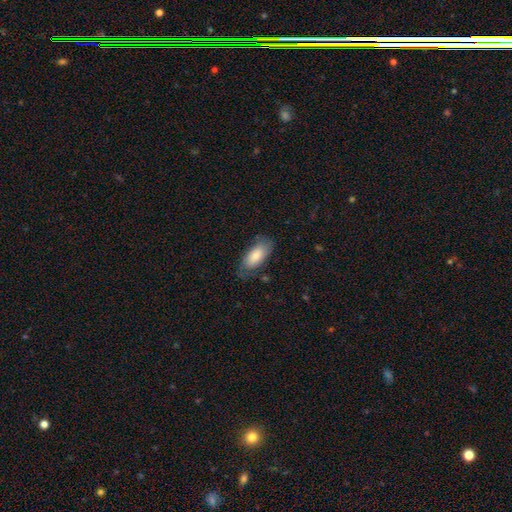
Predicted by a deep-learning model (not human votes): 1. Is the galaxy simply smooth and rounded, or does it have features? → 77% smooth, 17% featured or disk, 6% star or artifact.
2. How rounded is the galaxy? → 88% in between, 10% cigar-shaped, 2% round.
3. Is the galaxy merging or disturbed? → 66% none, 25% minor disturbance, 8% major disturbance, 2% merger.